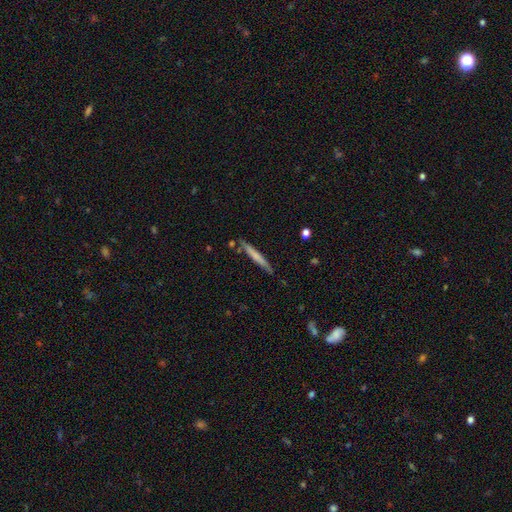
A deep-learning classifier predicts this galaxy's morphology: A smooth galaxy with no disk features (57%) that is cigar-shaped (96%). Merging: none (84%).